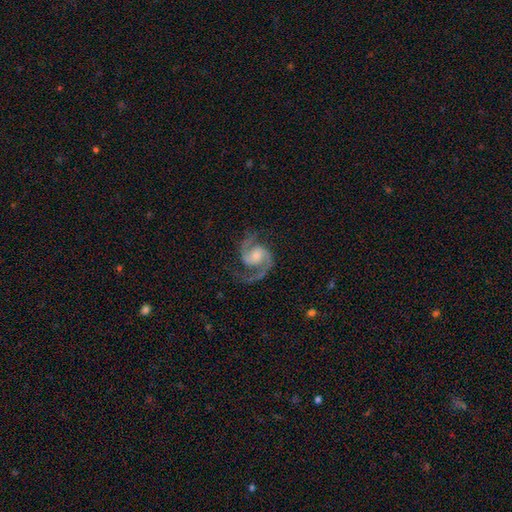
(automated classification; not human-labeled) smooth_or_featured: featured or disk (p=0.92) [alt: star or artifact p=0.04]
disk_edge_on: no (p=0.98) [alt: yes p=0.02]
bar: no (p=0.50) [alt: weak p=0.40]
has_spiral_arms: yes (p=0.98) [alt: no p=0.02]
spiral_winding: medium (p=0.63) [alt: loose p=0.20]
spiral_arm_count: 2 (p=0.93) [alt: 1 p=0.02]
bulge_size: moderate (p=0.40) [alt: small p=0.37]
merging: none (p=0.76) [alt: minor disturbance p=0.14]